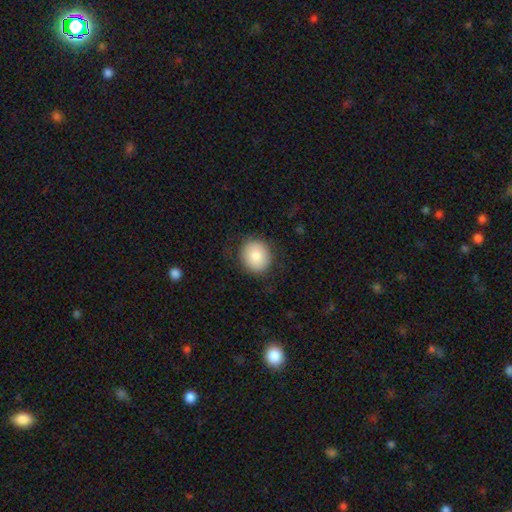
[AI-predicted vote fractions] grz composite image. It shows a smooth galaxy with no disk features (82%) that is round (80%). Merging: none (83%).